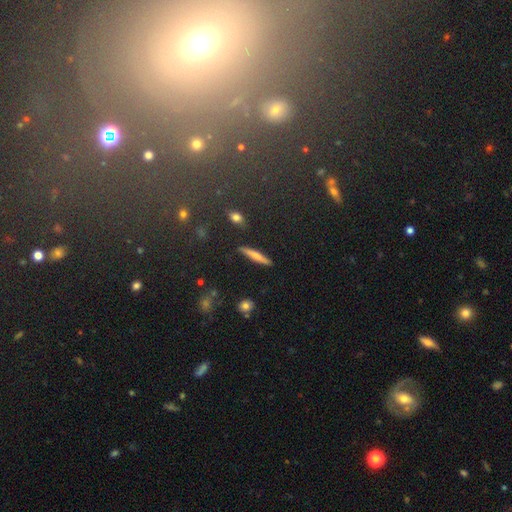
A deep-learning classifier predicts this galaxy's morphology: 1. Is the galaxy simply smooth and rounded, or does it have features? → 60% smooth, 32% featured or disk, 8% star or artifact.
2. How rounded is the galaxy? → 91% cigar-shaped, 7% in between, 2% round.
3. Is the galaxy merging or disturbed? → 88% none, 9% minor disturbance, 2% major disturbance, 2% merger.